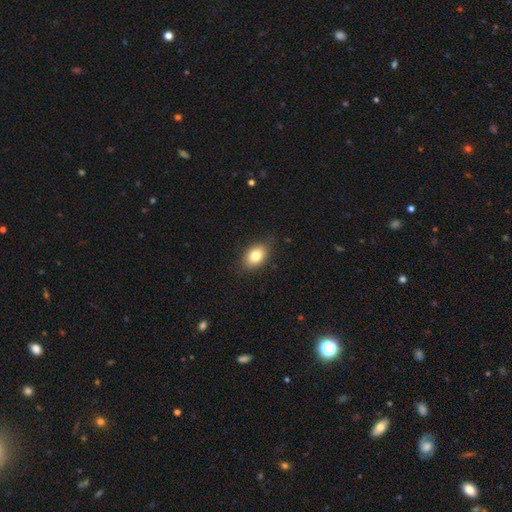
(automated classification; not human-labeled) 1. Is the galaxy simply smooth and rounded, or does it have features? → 79% smooth, 12% featured or disk, 9% star or artifact.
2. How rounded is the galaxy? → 80% in between, 18% round, 2% cigar-shaped.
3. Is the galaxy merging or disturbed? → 81% none, 15% minor disturbance, 3% major disturbance, 1% merger.